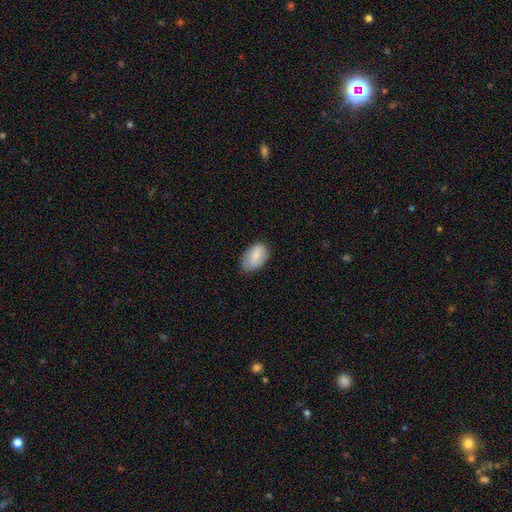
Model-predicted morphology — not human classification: This appears to be a smooth galaxy with no disk features (81%) that is in between round and cigar-shaped (90%). Merging: none (71%).